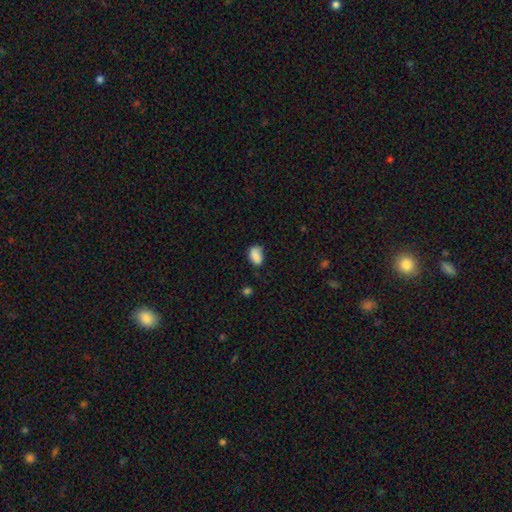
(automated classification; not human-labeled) Morphology: type=smooth (86%); roundness=in between (85%); merging=none (59%).